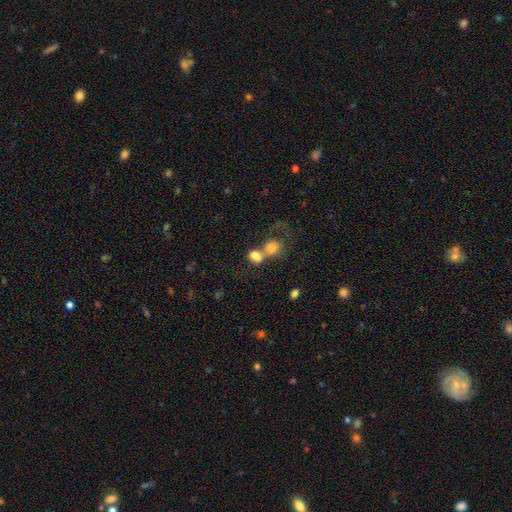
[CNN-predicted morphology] This is likely a smooth galaxy (75%). How rounded: possibly in between (51%). Merging: likely merger (68%).